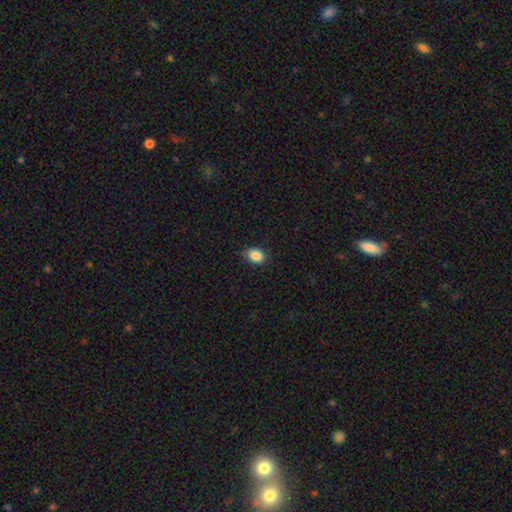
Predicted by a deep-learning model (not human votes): This appears to be a smooth galaxy with no disk features (88%) that is in between round and cigar-shaped (76%). Merging: none (85%).